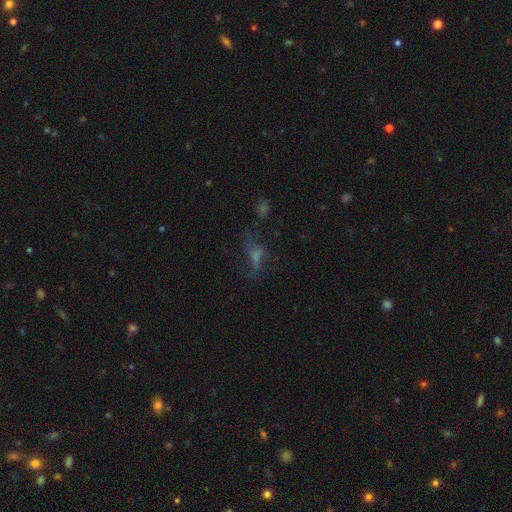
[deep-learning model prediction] The model was most divided on "smooth or featured": featured or disk: 40%, star or artifact: 32%, smooth: 28%. Remaining: merging — none (48%).